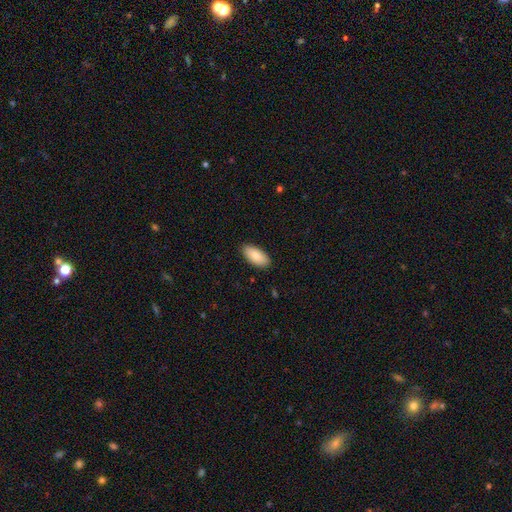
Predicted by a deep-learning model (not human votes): Smooth or featured? Predicted: smooth (p=0.83). How rounded? Predicted: in between (p=0.92). Merging? Predicted: none (p=0.88).